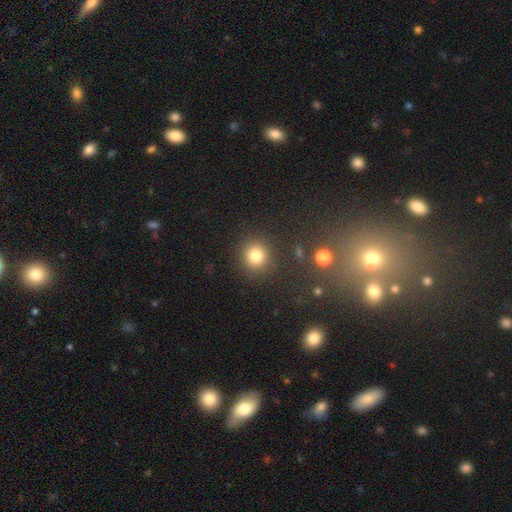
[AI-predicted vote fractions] A smooth galaxy with no disk features (81%) that is round (91%).

Vote fractions:
- Smooth or featured? smooth: 81% / star or artifact: 13% / featured or disk: 6%
- How rounded? round: 91% / in between: 8% / cigar-shaped: 1%
- Merging? none: 86% / minor disturbance: 7% / major disturbance: 3% / merger: 3%